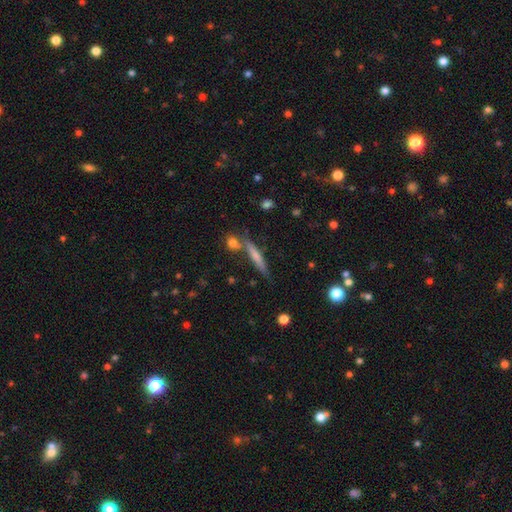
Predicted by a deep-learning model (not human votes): The model was most divided on "smooth or featured": smooth: 58%, featured or disk: 34%, star or artifact: 8%. More confident: how rounded — cigar-shaped (91%); merging — none (71%).